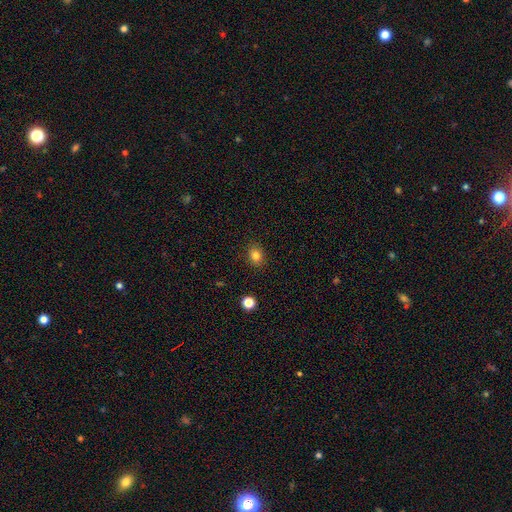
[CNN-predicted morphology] Overall: smooth (82%). How rounded: in between (51%; round 48%). Merging: none (89%).